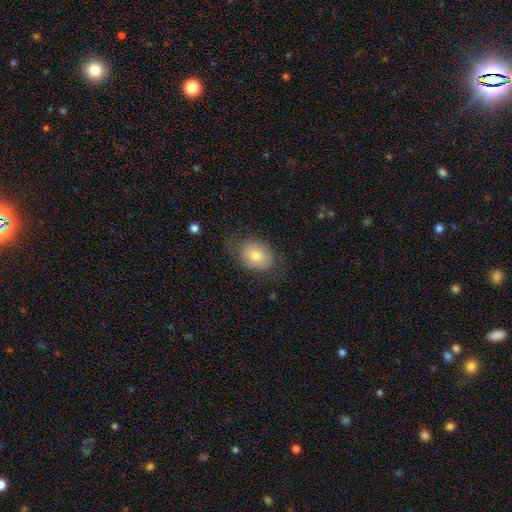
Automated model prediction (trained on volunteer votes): smooth 71%, featured or disk 21%, star or artifact 9%. Down the decision tree: how rounded — in between (69%); merging — none (64%).